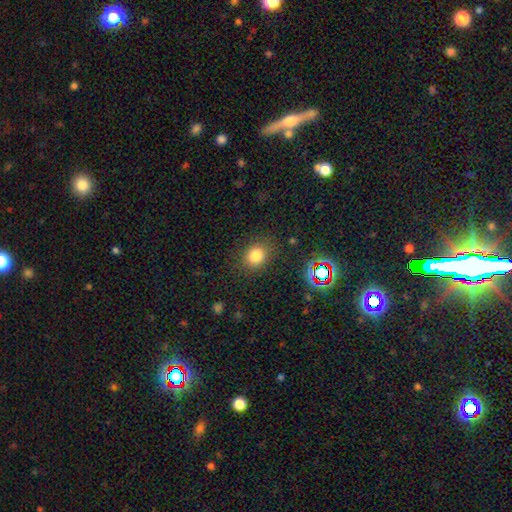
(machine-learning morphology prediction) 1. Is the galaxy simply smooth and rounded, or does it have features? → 80% smooth, 13% star or artifact, 6% featured or disk.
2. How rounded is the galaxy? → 60% round, 39% in between, 1% cigar-shaped.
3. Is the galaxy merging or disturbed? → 82% none, 12% minor disturbance, 5% major disturbance, 2% merger.